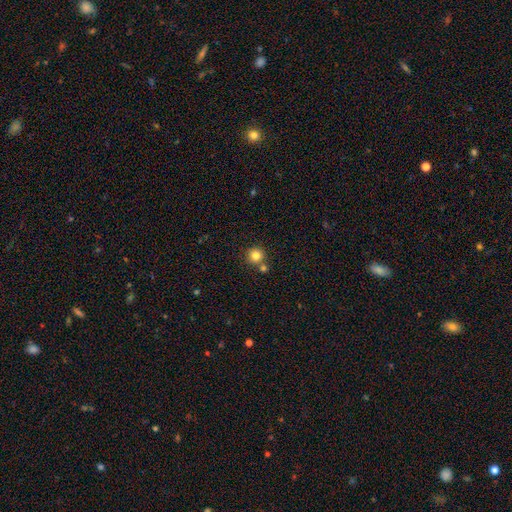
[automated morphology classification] smooth 82%, star or artifact 12%, featured or disk 6%. Down the decision tree: how rounded — round (94%); merging — none (73%).